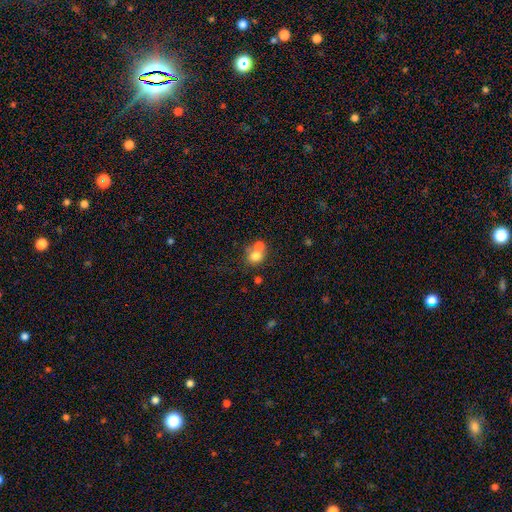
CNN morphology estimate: A smooth galaxy with no disk features (73%) that is round (75%). Merging: merger (52%).